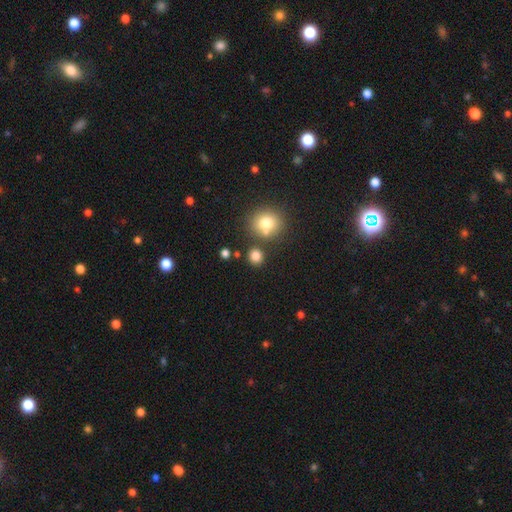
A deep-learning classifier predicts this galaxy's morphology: Smooth or featured?
  - smooth: 82% *
  - star or artifact: 13%
  - featured or disk: 6%
How rounded?
  - round: 85% *
  - in between: 14%
  - cigar-shaped: 1%
Merging?
  - none: 79% *
  - merger: 10%
  - minor disturbance: 8%
  - major disturbance: 3%